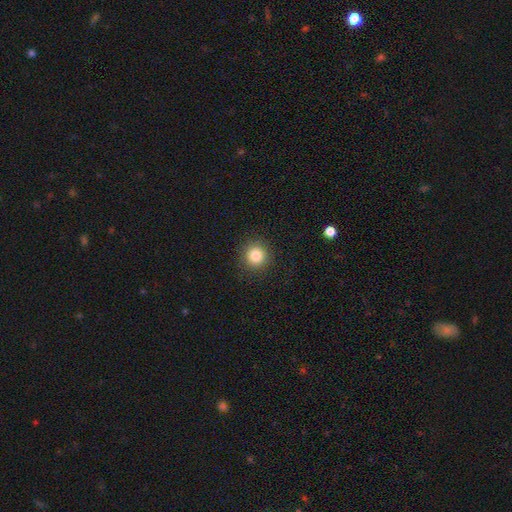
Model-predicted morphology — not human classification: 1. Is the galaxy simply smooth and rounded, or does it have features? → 82% smooth, 11% star or artifact, 6% featured or disk.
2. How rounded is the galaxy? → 94% round, 5% in between, 1% cigar-shaped.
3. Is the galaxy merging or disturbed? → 92% none, 5% minor disturbance, 2% major disturbance, 1% merger.